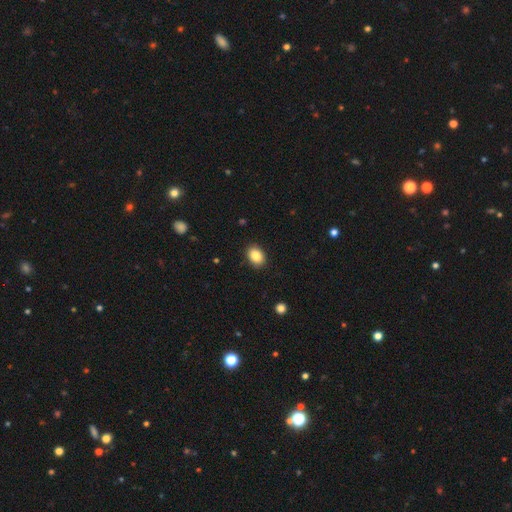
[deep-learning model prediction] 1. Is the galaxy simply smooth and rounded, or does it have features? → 87% smooth, 8% star or artifact, 4% featured or disk.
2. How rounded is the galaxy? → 69% in between, 30% round, 1% cigar-shaped.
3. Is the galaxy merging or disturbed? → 89% none, 8% minor disturbance, 2% major disturbance, 1% merger.